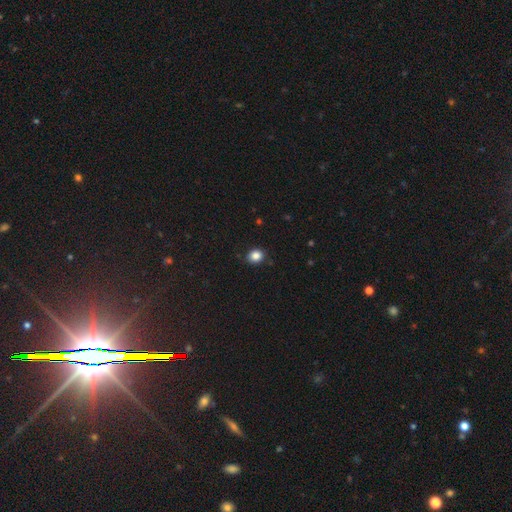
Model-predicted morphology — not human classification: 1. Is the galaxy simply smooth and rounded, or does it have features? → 86% smooth, 10% star or artifact, 4% featured or disk.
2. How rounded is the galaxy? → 63% round, 36% in between, 1% cigar-shaped.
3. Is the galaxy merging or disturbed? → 86% none, 10% minor disturbance, 2% major disturbance, 1% merger.